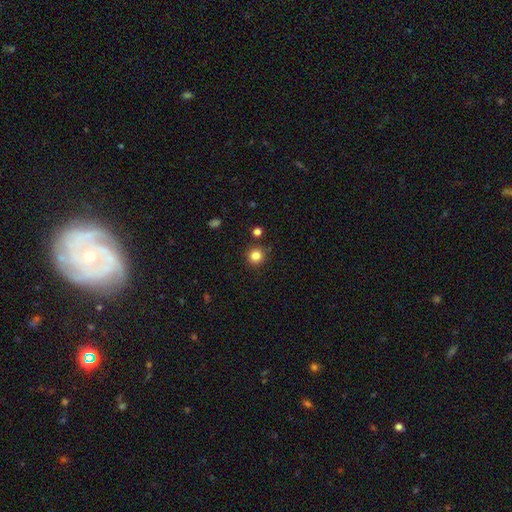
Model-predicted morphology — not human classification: Smooth or featured? Predicted: smooth (p=0.83). How rounded? Predicted: round (p=0.93). Merging? Predicted: none (p=0.88).